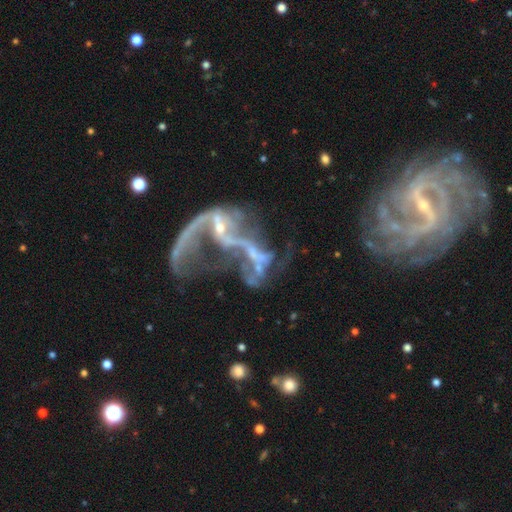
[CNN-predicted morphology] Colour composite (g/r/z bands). It shows a featured or disk galaxy (76%) with no bar (58%), spiral arms (59%) and a small central bulge (46%). Merging: merger (40%).